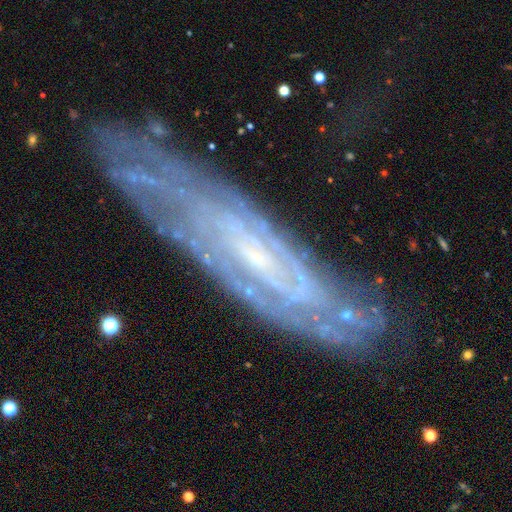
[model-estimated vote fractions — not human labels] Smooth or featured? Predicted: featured or disk (p=0.81). Edge-on disk? Predicted: no (p=0.75). Bar? Predicted: no (p=0.50). Spiral arms? Predicted: yes (p=0.91). Spiral winding? Predicted: tight (p=0.67). Spiral arm count? Predicted: can't tell (p=0.52). Bulge size? Predicted: small (p=0.66). Merging? Predicted: none (p=0.68).